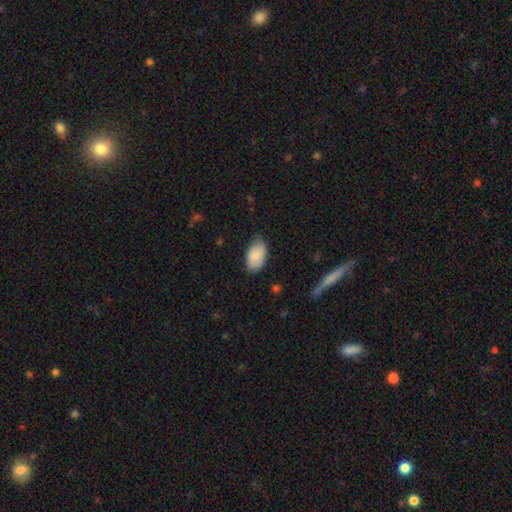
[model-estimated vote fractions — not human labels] Morphology: type=smooth (86%); roundness=in between (94%); merging=none (73%).